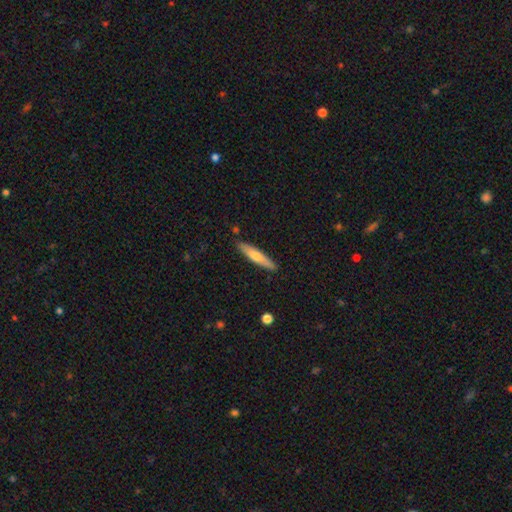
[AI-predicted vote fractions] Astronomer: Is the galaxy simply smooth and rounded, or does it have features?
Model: smooth — 55% (runner-up: featured or disk, 39%).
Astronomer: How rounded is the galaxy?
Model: cigar-shaped — 90%.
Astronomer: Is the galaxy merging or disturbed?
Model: none — 89%.